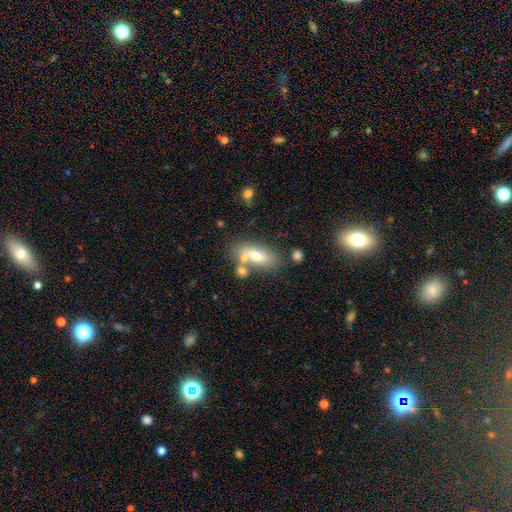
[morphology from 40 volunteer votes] Smooth or featured: smooth — 80% (featured or disk — 12%)
How rounded: in between — 81% (cigar-shaped — 16%)
Merging: none — 84% (minor disturbance — 11%)